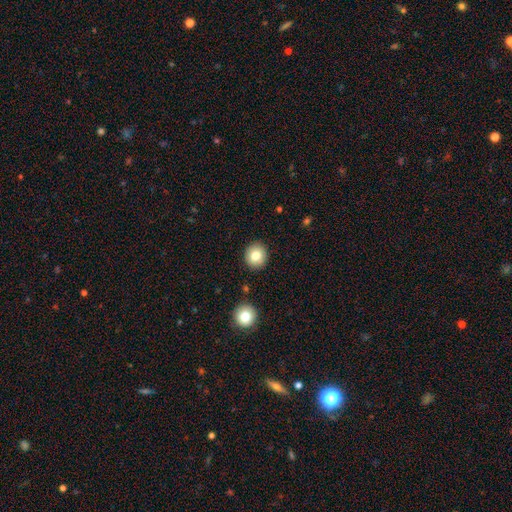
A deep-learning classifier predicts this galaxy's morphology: smooth 79%, featured or disk 11%, star or artifact 9%. Down the decision tree: how rounded — round (84%); merging — none (89%).